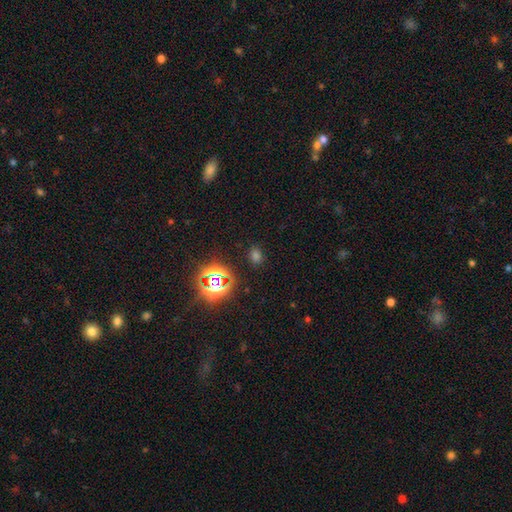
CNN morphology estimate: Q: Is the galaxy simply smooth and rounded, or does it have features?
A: smooth — 55%.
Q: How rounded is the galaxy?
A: in between — 59%.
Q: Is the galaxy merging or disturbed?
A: none — 84%.